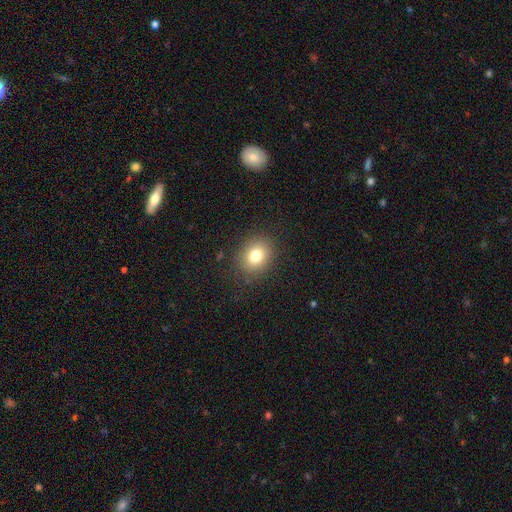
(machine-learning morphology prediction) This is likely a smooth galaxy (79%). How rounded: possibly round (60%). Merging: clearly none (86%).